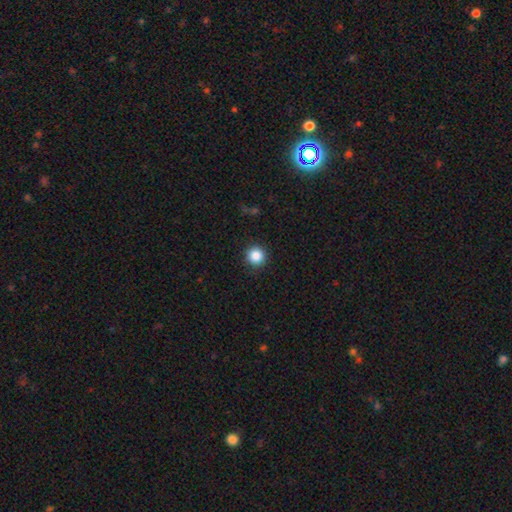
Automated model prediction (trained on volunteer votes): Smooth or featured? Predicted: smooth (p=0.86). How rounded? Predicted: round (p=0.96). Merging? Predicted: none (p=0.92).